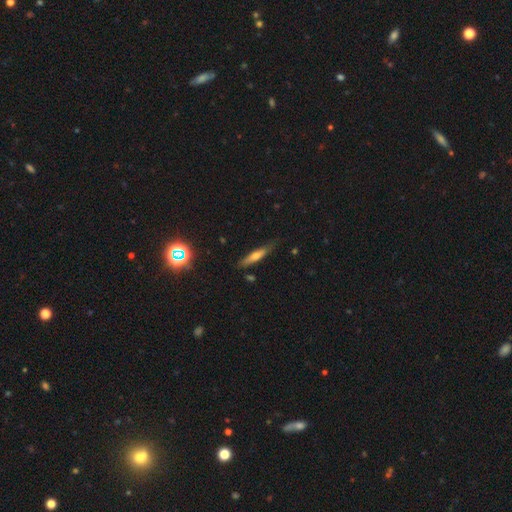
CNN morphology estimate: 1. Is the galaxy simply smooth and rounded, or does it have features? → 51% smooth, 40% featured or disk, 9% star or artifact.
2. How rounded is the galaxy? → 84% cigar-shaped, 14% in between, 2% round.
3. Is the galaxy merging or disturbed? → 78% none, 16% minor disturbance, 3% major disturbance, 2% merger.